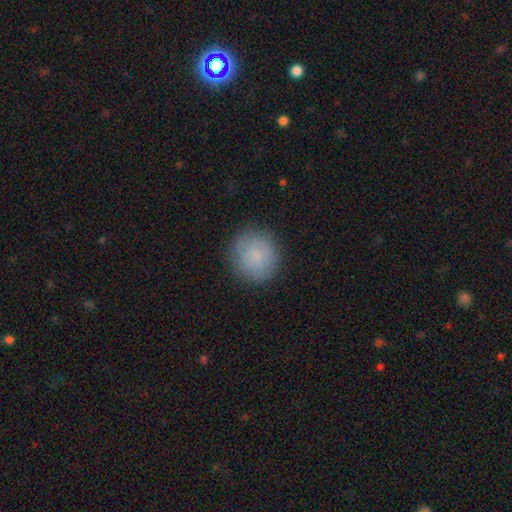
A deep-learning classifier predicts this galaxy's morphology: smooth 74%, featured or disk 17%, star or artifact 8%. Down the decision tree: how rounded — round (88%); merging — none (86%).